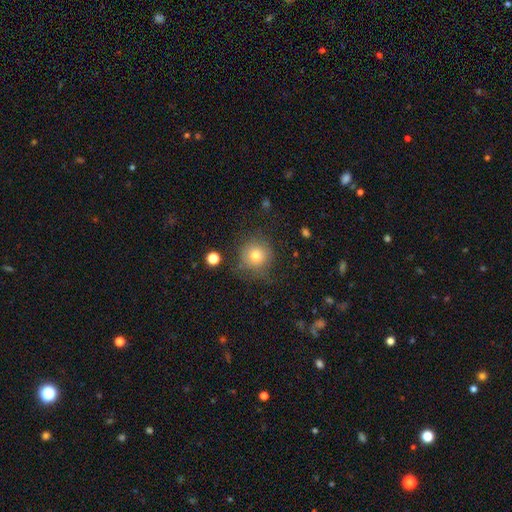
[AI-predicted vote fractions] A smooth galaxy with no disk features (75%) that is round (93%).

Vote fractions:
- Smooth or featured? smooth: 75% / star or artifact: 13% / featured or disk: 12%
- How rounded? round: 93% / in between: 6% / cigar-shaped: 1%
- Merging? none: 72% / minor disturbance: 17% / major disturbance: 8% / merger: 3%